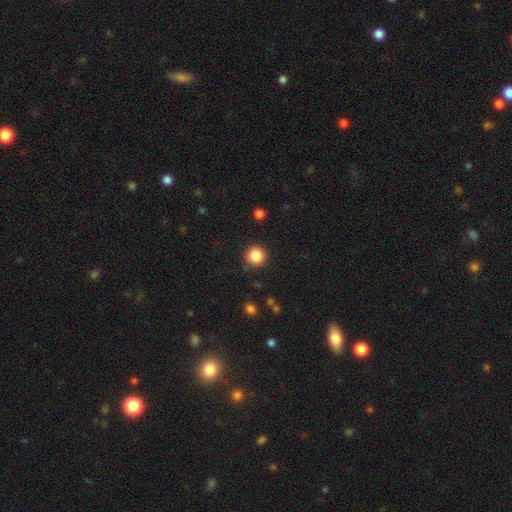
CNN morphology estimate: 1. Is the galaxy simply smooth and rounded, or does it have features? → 86% smooth, 10% star or artifact, 4% featured or disk.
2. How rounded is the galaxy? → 95% round, 4% in between, 1% cigar-shaped.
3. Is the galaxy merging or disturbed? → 90% none, 6% minor disturbance, 2% major disturbance, 2% merger.